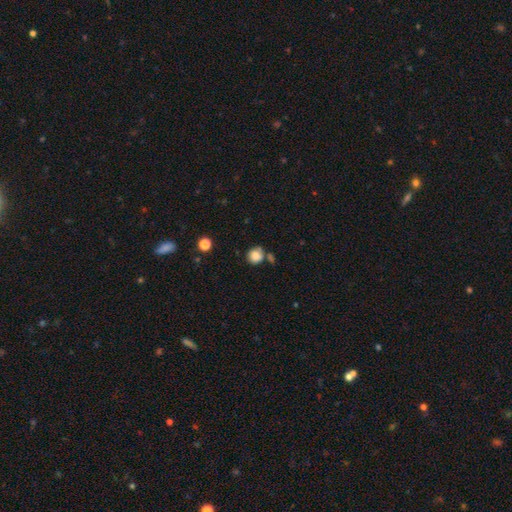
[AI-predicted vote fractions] smooth_or_featured: smooth (p=0.84) [alt: star or artifact p=0.10]
how_rounded: round (p=0.87) [alt: in between p=0.12]
merging: none (p=0.63) [alt: merger p=0.16]